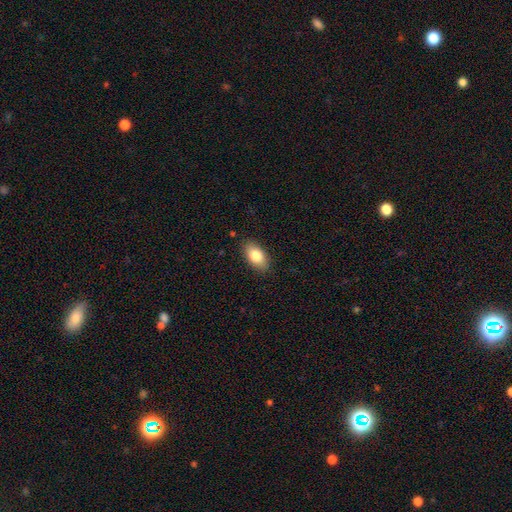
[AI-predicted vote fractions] A smooth galaxy with no disk features (82%) that is in between round and cigar-shaped (92%). Merging: none (86%).